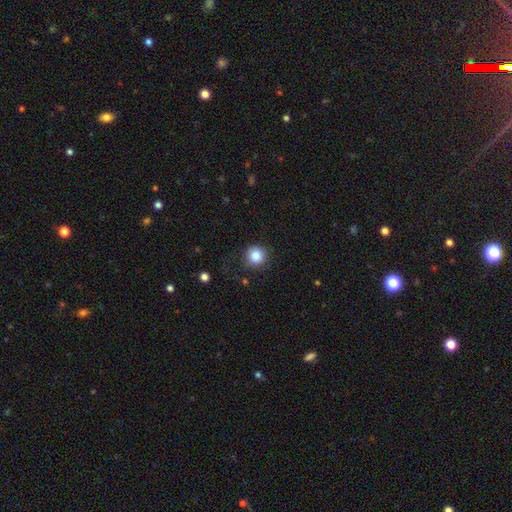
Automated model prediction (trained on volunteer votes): smooth 85%, star or artifact 10%, featured or disk 6%. Down the decision tree: how rounded — round (92%); merging — none (79%).